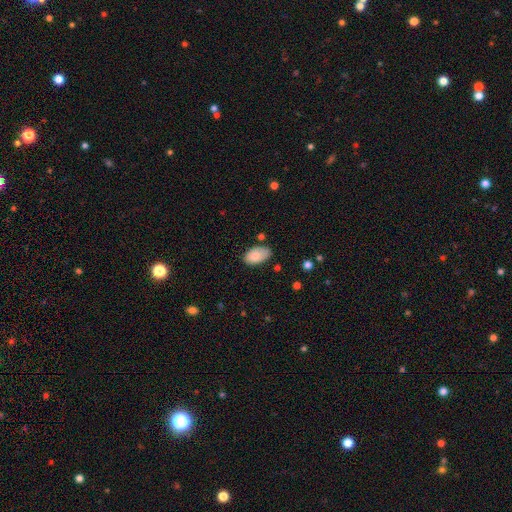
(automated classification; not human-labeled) Q: Smooth or featured?
A: smooth (85%); runner-up: featured or disk (9%)
Q: How rounded?
A: in between (94%); runner-up: round (4%)
Q: Merging?
A: none (67%); runner-up: minor disturbance (25%)